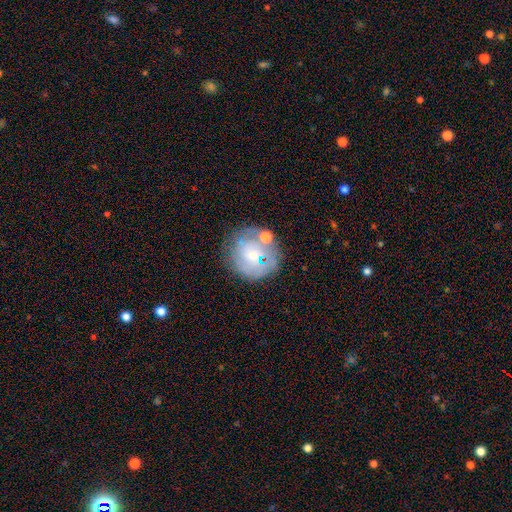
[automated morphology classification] The model was most divided on "smooth or featured": featured or disk: 47%, smooth: 43%, star or artifact: 10%. More confident: merging — none (58%).